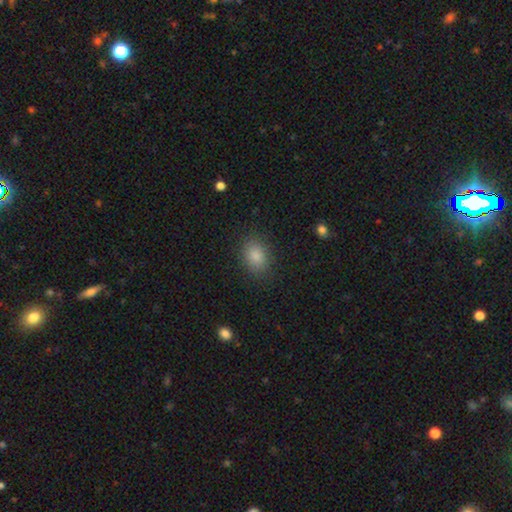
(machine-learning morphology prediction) Overall: smooth (86%). How rounded: in between (70%). Merging: none (85%).